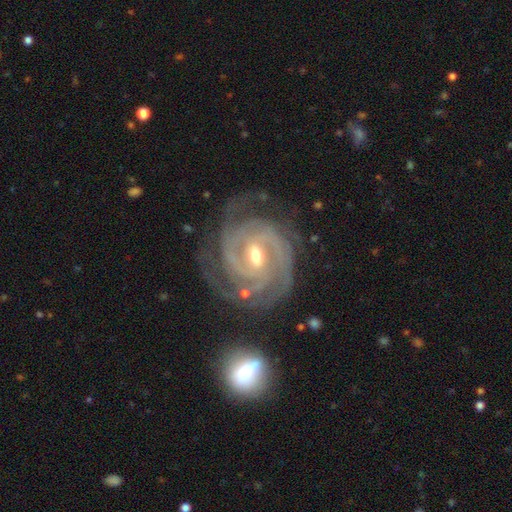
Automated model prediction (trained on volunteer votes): A featured or disk galaxy (92%) with a weak bar (50%), 3 (35%) tight (73%) spiral arms (98%) and a moderate central bulge (57%).

Vote fractions:
- Smooth or featured? featured or disk: 92% / star or artifact: 4% / smooth: 3%
- Edge-on disk? no: 98% / yes: 2%
- Bar? weak: 50% / strong: 27% / no: 23%
- Spiral arms? yes: 98% / no: 2%
- Spiral winding? tight: 73% / medium: 24% / loose: 3%
- Spiral arm count? 3: 35% / 2: 26% / 4: 15% / can't tell: 13% / more than 4: 6% / 1: 5%
- Bulge size? moderate: 57% / small: 39% / large: 2% / none: 1% / dominant: 1%
- Merging? none: 70% / minor disturbance: 19% / major disturbance: 8% / merger: 3%